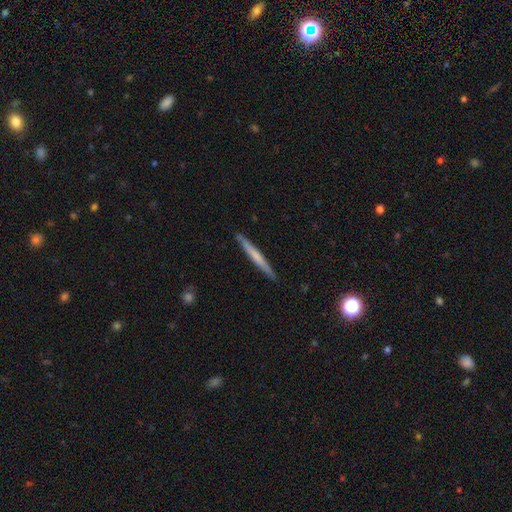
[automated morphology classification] smooth-or-featured: smooth: 52% | featured or disk: 42% | star or artifact: 5%
  how-rounded: cigar-shaped: 97% | in between: 2% | round: 1%
  merging: none: 91% | minor disturbance: 7% | major disturbance: 1% | merger: 1%